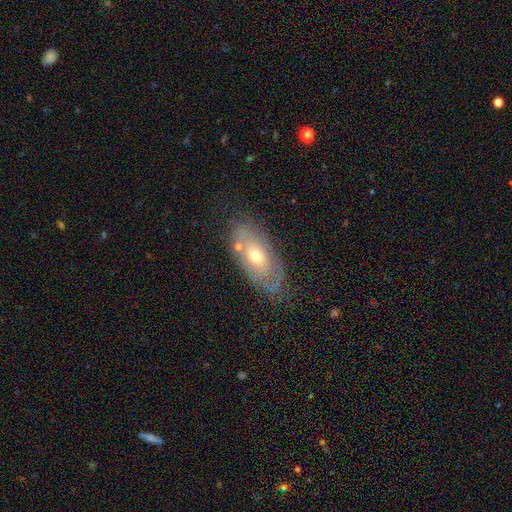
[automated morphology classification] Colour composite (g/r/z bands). It shows a featured or disk galaxy (52%). Merging: none (66%).